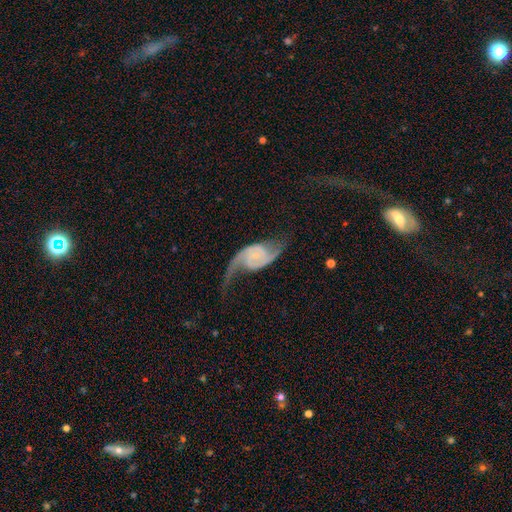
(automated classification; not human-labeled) smooth-or-featured: featured or disk: 89% | smooth: 6% | star or artifact: 5%
  disk-edge-on: no: 97% | yes: 3%
    bar: no: 61% | weak: 30% | strong: 9%
    has-spiral-arms: yes: 97% | no: 3%
      spiral-winding: loose: 62% | medium: 30% | tight: 8%
      spiral-arm-count: 2: 91% | 1: 4% | can't tell: 2% | 3: 1% | 4: 1% | more than 4: 1%
    bulge-size: small: 65% | none: 18% | moderate: 13% | large: 2% | dominant: 1%
  merging: none: 56% | major disturbance: 21% | minor disturbance: 19% | merger: 3%